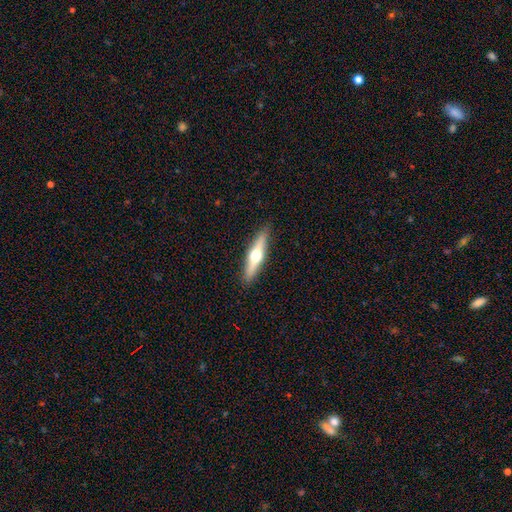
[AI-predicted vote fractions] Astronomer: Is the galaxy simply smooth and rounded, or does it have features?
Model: featured or disk — 58% (runner-up: smooth, 37%).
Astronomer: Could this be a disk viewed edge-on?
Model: yes — 95%.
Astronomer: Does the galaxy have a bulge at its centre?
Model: rounded — 95%.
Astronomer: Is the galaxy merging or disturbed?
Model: none — 90%.